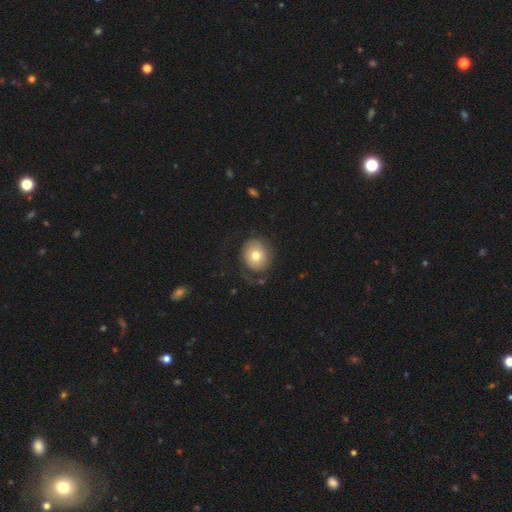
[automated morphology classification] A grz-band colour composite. It shows a smooth galaxy with no disk features (63%) that is round (71%). Merging: none (62%).